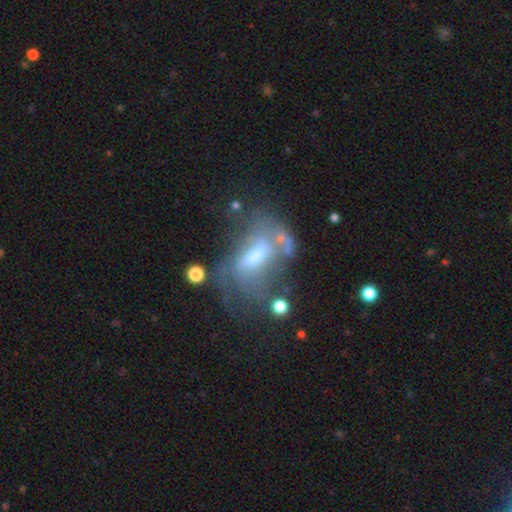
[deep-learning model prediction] Smooth or featured? featured or disk (62%)
Edge-on disk? no (93%)
Bar? weak (42%)
Spiral arms? yes (50%, tied with no)
Bulge size? moderate (47%)
Merging? major disturbance (35%)